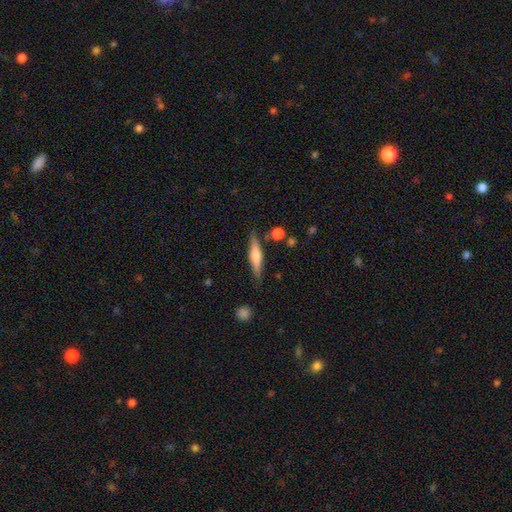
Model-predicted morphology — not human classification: The model was most divided on "smooth or featured": smooth: 52%, featured or disk: 41%, star or artifact: 6%. More confident: merging — none (80%); how rounded — cigar-shaped (78%).